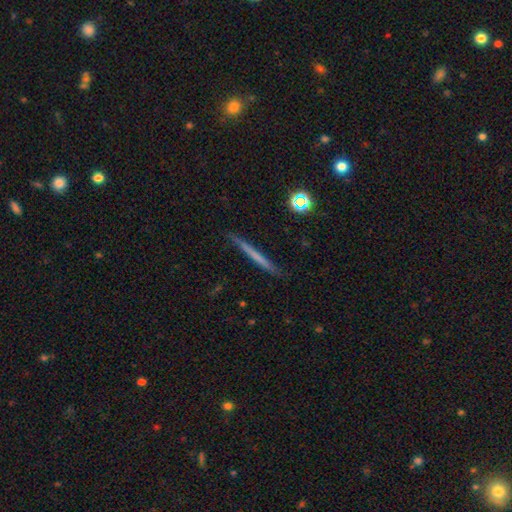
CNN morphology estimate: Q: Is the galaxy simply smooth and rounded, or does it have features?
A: smooth — 49%.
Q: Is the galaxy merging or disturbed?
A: none — 88%.